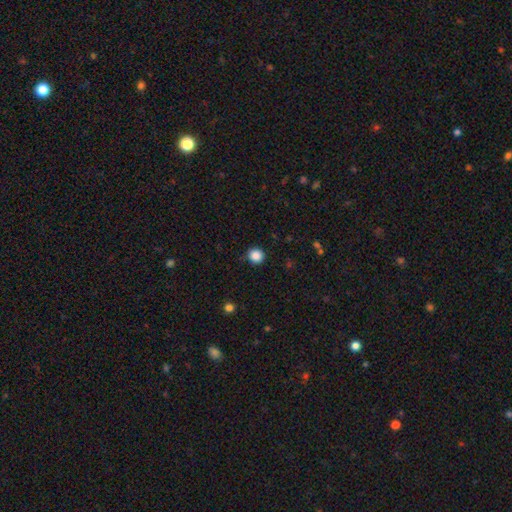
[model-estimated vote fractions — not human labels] A smooth galaxy with no disk features (86%) that is round (94%). Merging: none (87%).